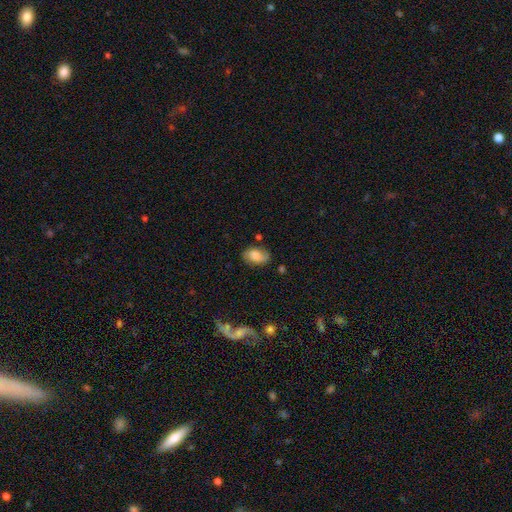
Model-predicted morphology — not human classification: This is possibly a smooth galaxy (60%). How rounded: clearly in between (85%). Merging: likely none (69%).